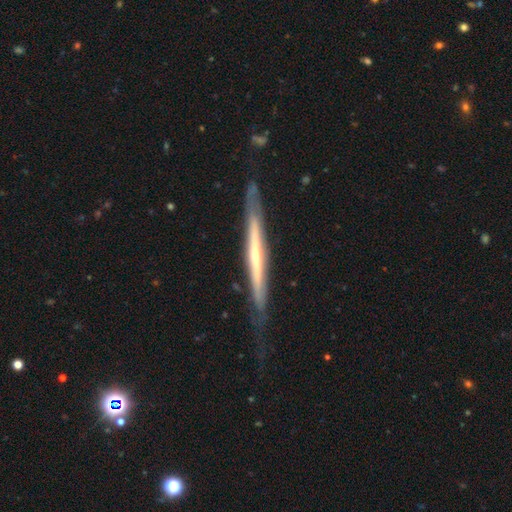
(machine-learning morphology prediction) Smooth or featured? featured or disk (75%)
Edge-on disk? yes (93%)
Edge-on bulge? rounded (53%)
Merging? none (74%)